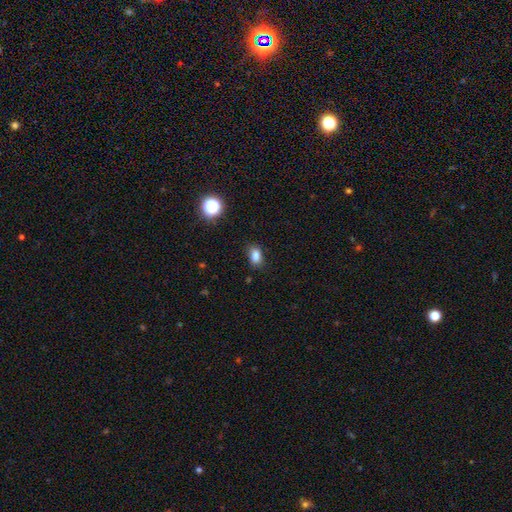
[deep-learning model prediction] A smooth galaxy with no disk features (82%) that is in between round and cigar-shaped (81%). Merging: none (77%).